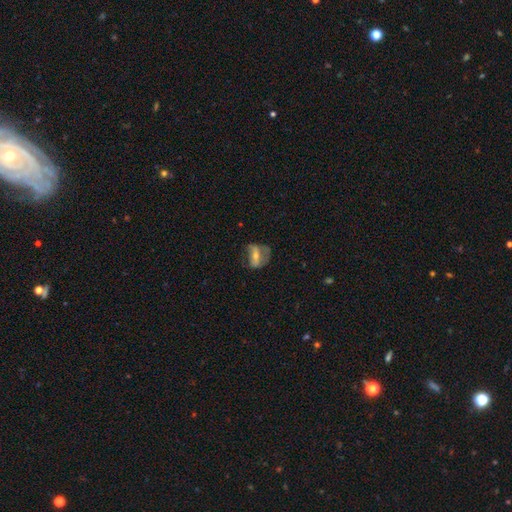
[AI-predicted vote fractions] Q: Smooth or featured?
A: featured or disk (54%); runner-up: smooth (38%)
Q: Edge-on disk?
A: no (91%); runner-up: yes (9%)
Q: Merging?
A: none (43%); runner-up: major disturbance (29%)